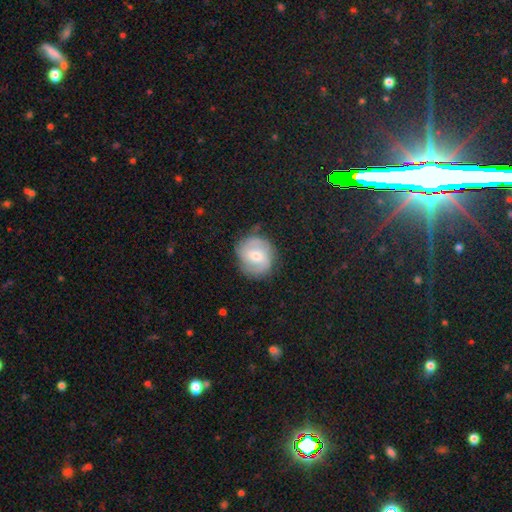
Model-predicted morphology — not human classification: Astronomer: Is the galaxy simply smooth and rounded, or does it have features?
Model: featured or disk — 53% (runner-up: smooth, 40%).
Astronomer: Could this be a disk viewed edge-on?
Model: no — 97%.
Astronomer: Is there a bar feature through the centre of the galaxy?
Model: weak — 50% (runner-up: no, 35%).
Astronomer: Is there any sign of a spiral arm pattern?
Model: yes — 82%.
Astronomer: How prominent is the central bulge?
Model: moderate — 58% (runner-up: small, 33%).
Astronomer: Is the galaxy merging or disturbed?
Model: none — 76%.